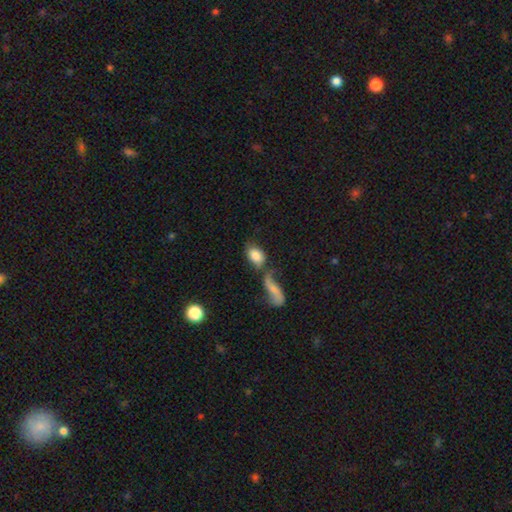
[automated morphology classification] The model was most divided on "merging": merger: 43%, none: 36%, minor disturbance: 13%, major disturbance: 9%. More confident: how rounded — in between (88%); smooth or featured — smooth (80%).